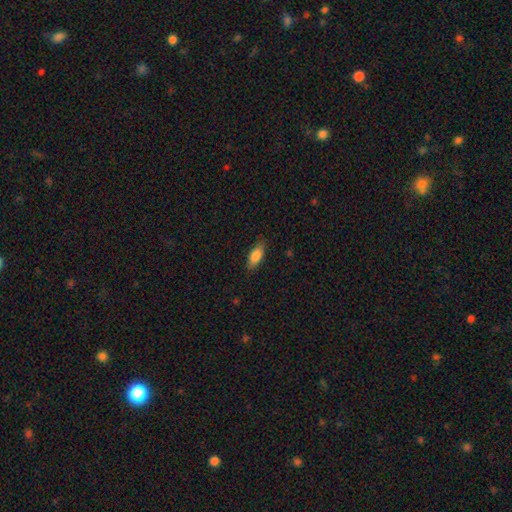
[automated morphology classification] This is clearly a smooth galaxy (83%). How rounded: likely in between (79%). Merging: clearly none (84%).